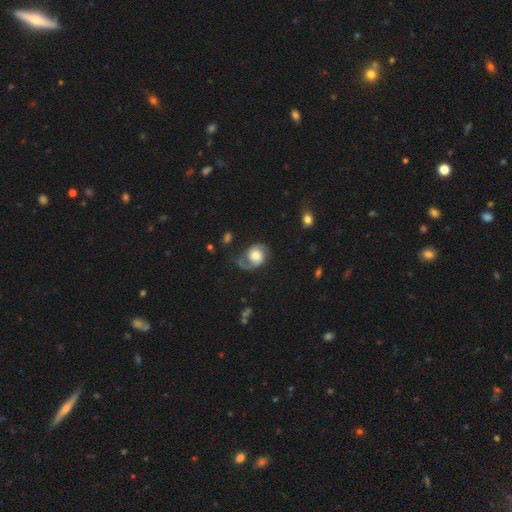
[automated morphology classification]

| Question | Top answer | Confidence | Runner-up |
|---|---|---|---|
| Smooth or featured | featured or disk | 64% | smooth (29%) |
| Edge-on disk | no | 98% | yes (2%) |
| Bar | no | 69% | weak (26%) |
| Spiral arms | yes | 92% | no (8%) |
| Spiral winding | medium | 40% | loose (35%) |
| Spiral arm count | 2 | 53% | 1 (41%) |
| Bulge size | moderate | 36% | large (35%) |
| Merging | none | 50% | major disturbance (25%) |